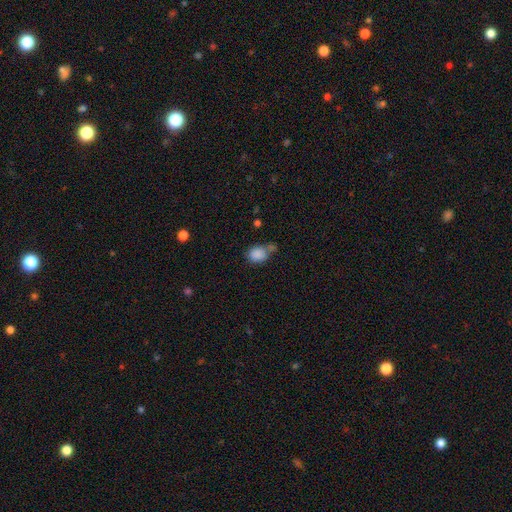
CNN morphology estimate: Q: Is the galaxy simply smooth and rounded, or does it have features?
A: smooth — 84%.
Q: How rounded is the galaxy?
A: round — 51%.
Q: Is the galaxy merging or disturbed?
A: none — 44%.